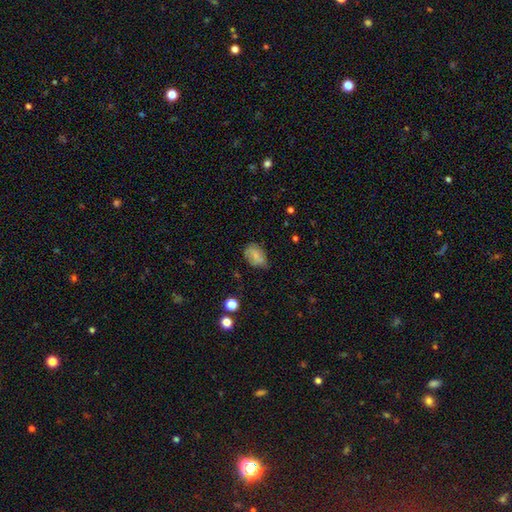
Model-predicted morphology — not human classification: The model was most divided on "merging": none: 58%, minor disturbance: 30%, major disturbance: 9%, merger: 3%. More confident: how rounded — in between (79%); smooth or featured — smooth (68%).